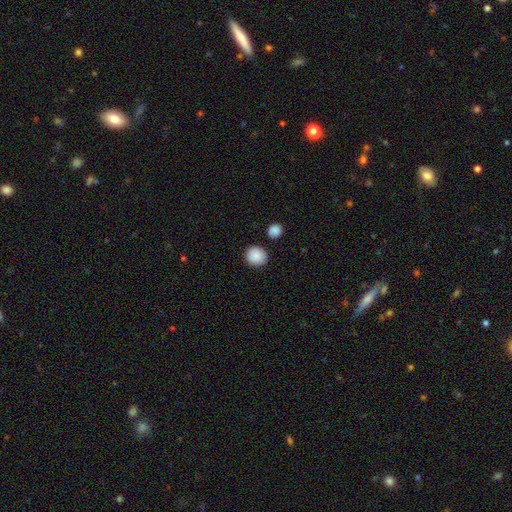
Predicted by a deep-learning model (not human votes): Smooth or featured? Predicted: smooth (p=0.88). How rounded? Predicted: round (p=0.85). Merging? Predicted: none (p=0.86).